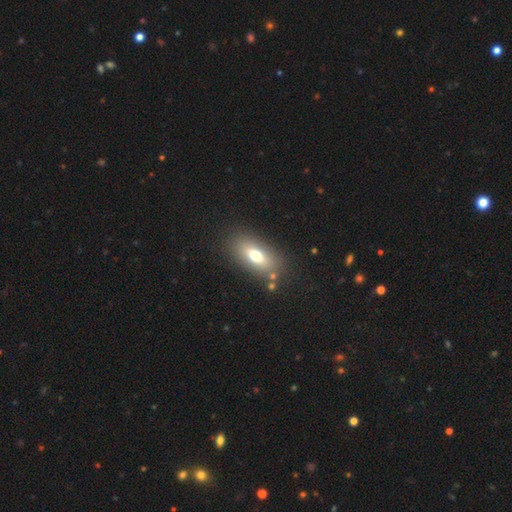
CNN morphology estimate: A smooth galaxy with no disk features (69%) that is in between round and cigar-shaped (83%).

Vote fractions:
- Smooth or featured? smooth: 69% / featured or disk: 21% / star or artifact: 10%
- How rounded? in between: 83% / cigar-shaped: 11% / round: 6%
- Merging? none: 81% / minor disturbance: 10% / merger: 4% / major disturbance: 4%